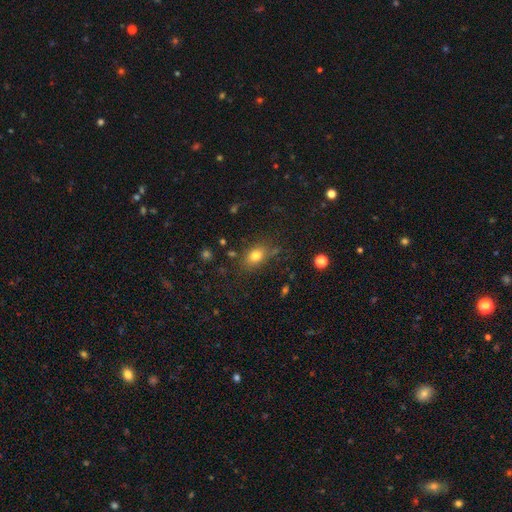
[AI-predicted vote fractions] Morphology: type=smooth (78%); roundness=in between (72%); merging=none (76%).